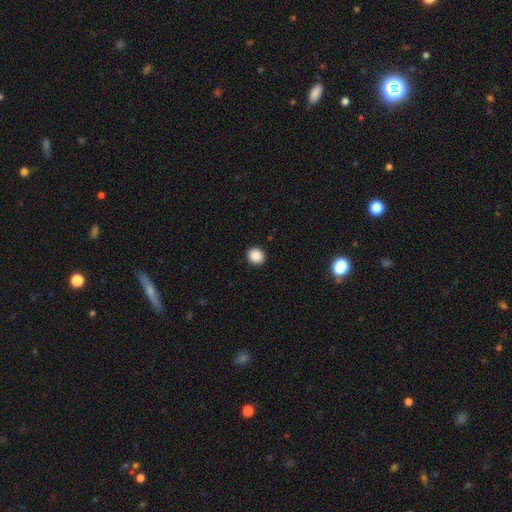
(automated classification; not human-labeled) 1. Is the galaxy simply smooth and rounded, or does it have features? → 88% smooth, 9% star or artifact, 3% featured or disk.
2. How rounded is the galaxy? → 87% round, 12% in between, 1% cigar-shaped.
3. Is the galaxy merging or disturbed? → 92% none, 5% minor disturbance, 2% major disturbance, 1% merger.